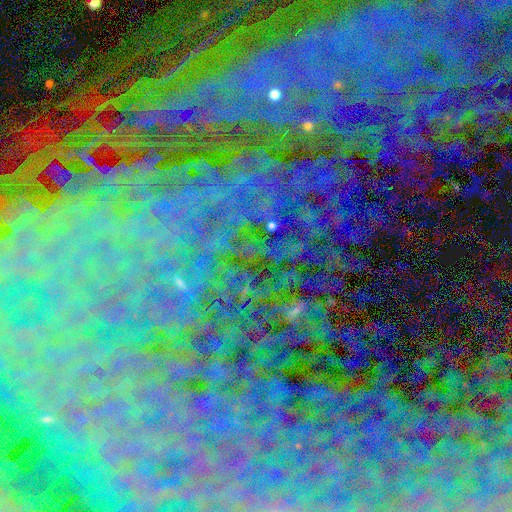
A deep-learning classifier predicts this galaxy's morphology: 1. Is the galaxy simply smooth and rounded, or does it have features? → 83% star or artifact, 10% featured or disk, 7% smooth.